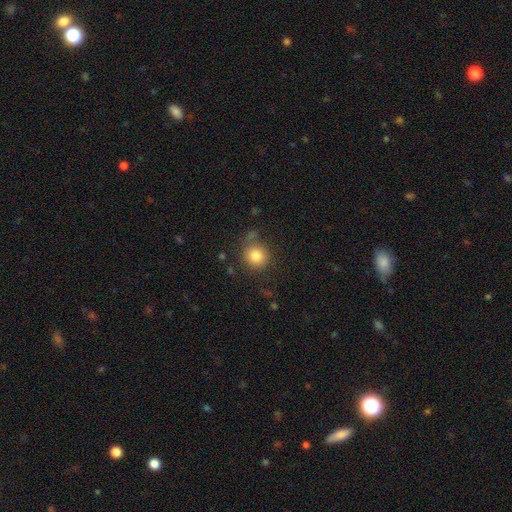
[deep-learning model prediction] This appears to be a smooth galaxy with no disk features (82%) that is round (88%). Merging: none (75%).